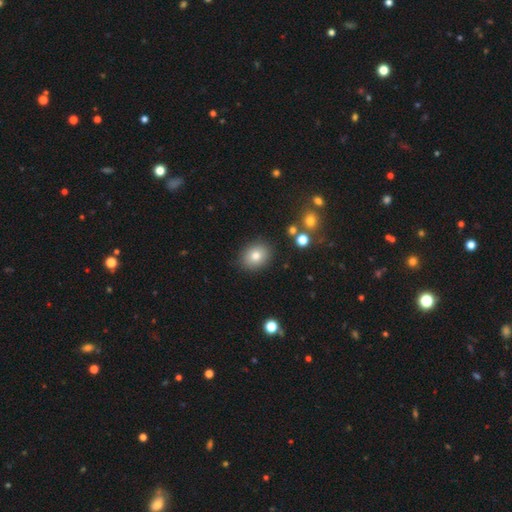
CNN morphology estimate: smooth-or-featured: smooth: 80% | star or artifact: 10% | featured or disk: 10%
  how-rounded: round: 51% | in between: 49% | cigar-shaped: 1%
  merging: none: 87% | minor disturbance: 8% | major disturbance: 3% | merger: 2%